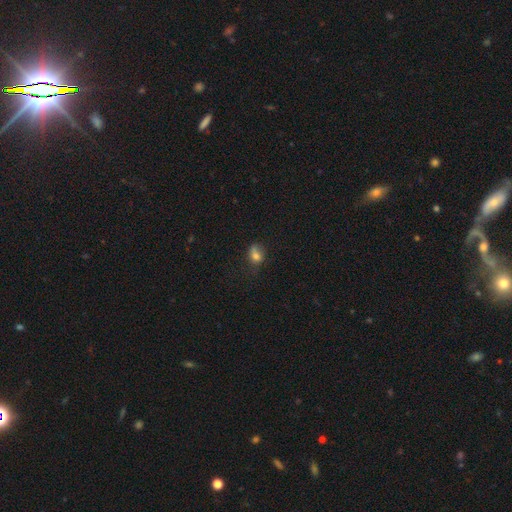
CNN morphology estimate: A smooth galaxy with no disk features (72%) that is in between round and cigar-shaped (60%).

Vote fractions:
- Smooth or featured? smooth: 72% / featured or disk: 14% / star or artifact: 14%
- How rounded? in between: 60% / round: 38% / cigar-shaped: 2%
- Merging? none: 45% / minor disturbance: 31% / major disturbance: 18% / merger: 6%